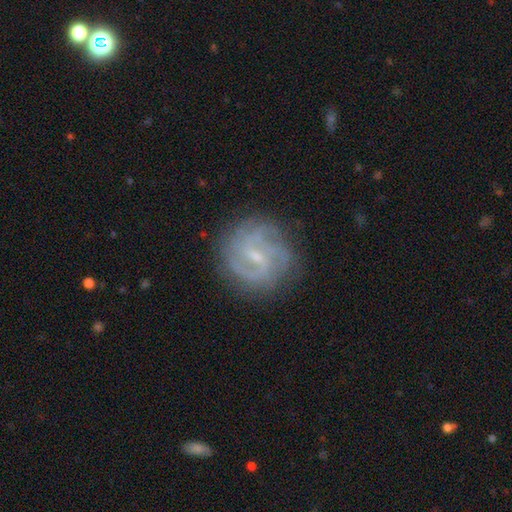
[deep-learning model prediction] Smooth or featured: featured or disk — 82% (smooth — 11%)
Edge-on disk: no — 97% (yes — 3%)
Bar: weak — 61% (strong — 20%)
Spiral arms: yes — 93% (no — 7%)
Spiral winding: medium — 43% (tight — 42%)
Spiral arm count: 2 — 34% (can't tell — 29%)
Bulge size: small — 68% (moderate — 20%)
Merging: none — 79% (minor disturbance — 14%)